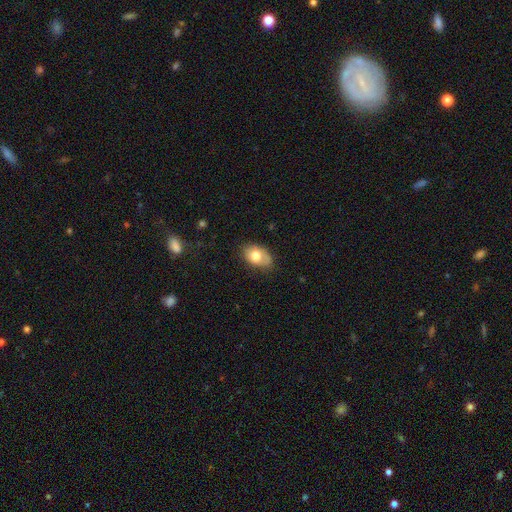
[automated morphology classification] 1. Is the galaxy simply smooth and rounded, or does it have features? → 73% smooth, 20% featured or disk, 8% star or artifact.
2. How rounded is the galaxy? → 84% in between, 14% round, 1% cigar-shaped.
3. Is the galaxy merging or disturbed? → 62% none, 29% minor disturbance, 7% major disturbance, 2% merger.